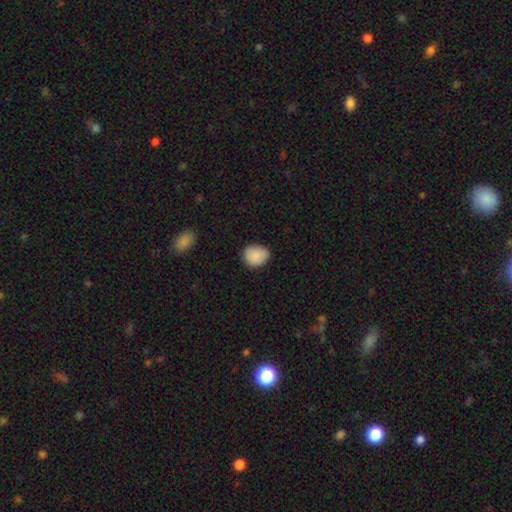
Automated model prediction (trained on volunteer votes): A smooth galaxy with no disk features (88%) that is round (63%). Merging: none (80%).